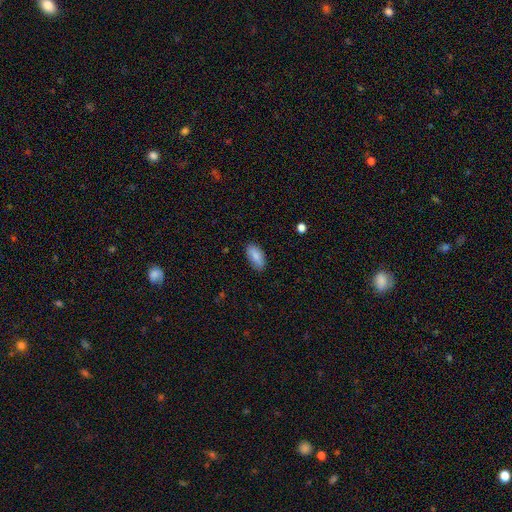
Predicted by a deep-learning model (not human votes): Q: Smooth or featured?
A: smooth (82%); runner-up: featured or disk (12%)
Q: How rounded?
A: in between (91%); runner-up: cigar-shaped (7%)
Q: Merging?
A: none (83%); runner-up: minor disturbance (13%)